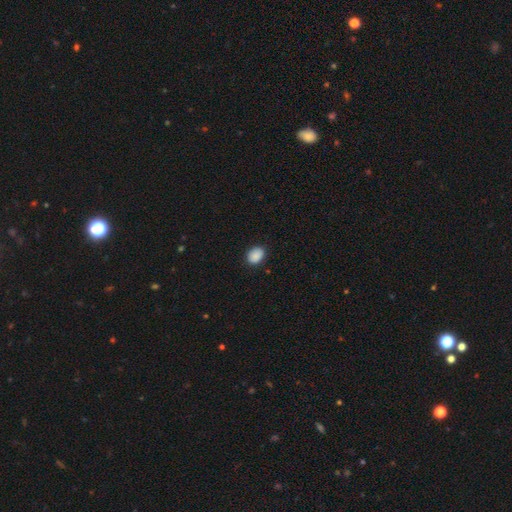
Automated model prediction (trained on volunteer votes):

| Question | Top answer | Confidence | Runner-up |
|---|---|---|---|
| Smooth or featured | smooth | 89% | star or artifact (8%) |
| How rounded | in between | 65% | round (34%) |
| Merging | none | 87% | minor disturbance (10%) |